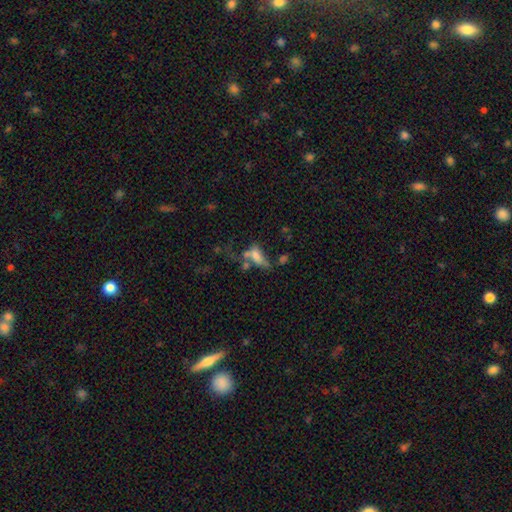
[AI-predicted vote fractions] Morphology: type=smooth (54%); roundness=in between (70%); merging=major disturbance (32%, tied with merger).